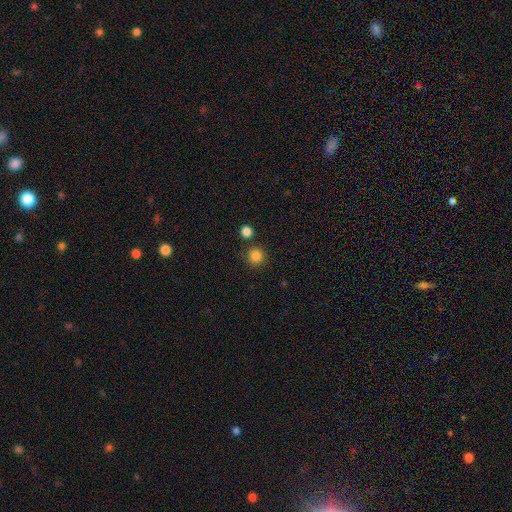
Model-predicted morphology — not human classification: Smooth or featured? smooth (85%)
How rounded? round (94%)
Merging? none (83%)